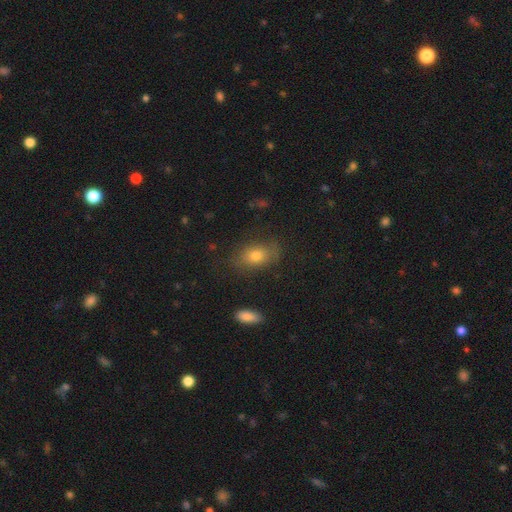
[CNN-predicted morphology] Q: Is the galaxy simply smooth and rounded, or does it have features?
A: smooth — 72%.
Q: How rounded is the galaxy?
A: in between — 82%.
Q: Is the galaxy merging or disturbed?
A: none — 73%.